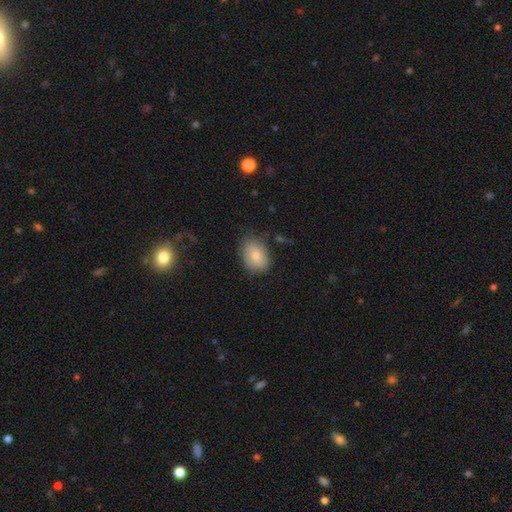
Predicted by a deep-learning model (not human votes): A smooth galaxy with no disk features (80%) that is in between round and cigar-shaped (80%). Merging: none (75%).